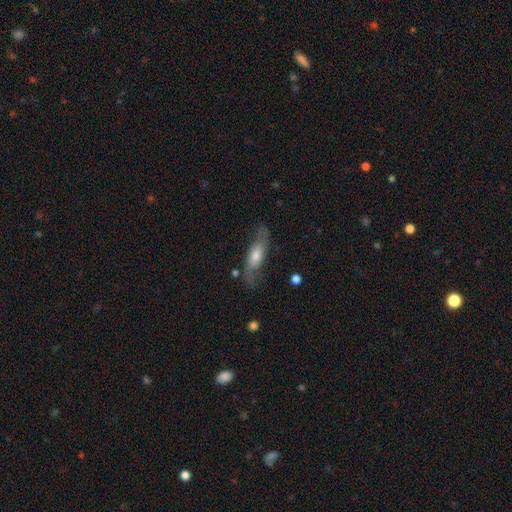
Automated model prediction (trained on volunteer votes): The model was most divided on "smooth or featured": featured or disk: 58%, smooth: 35%, star or artifact: 7%. More confident: merging — none (71%); edge-on disk — no (64%).